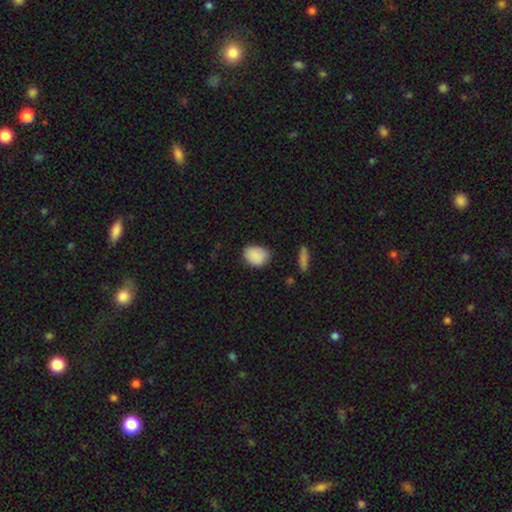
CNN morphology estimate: This is clearly a smooth galaxy (87%). How rounded: likely in between (62%). Merging: likely none (73%).